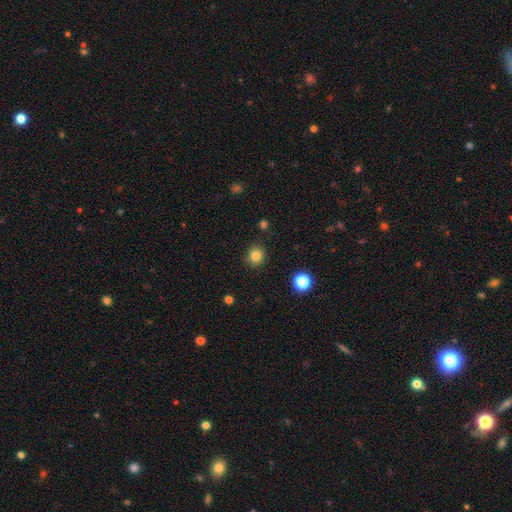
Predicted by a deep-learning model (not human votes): smooth_or_featured: smooth (p=0.82) [alt: star or artifact p=0.13]
how_rounded: round (p=0.84) [alt: in between p=0.15]
merging: none (p=0.89) [alt: minor disturbance p=0.08]